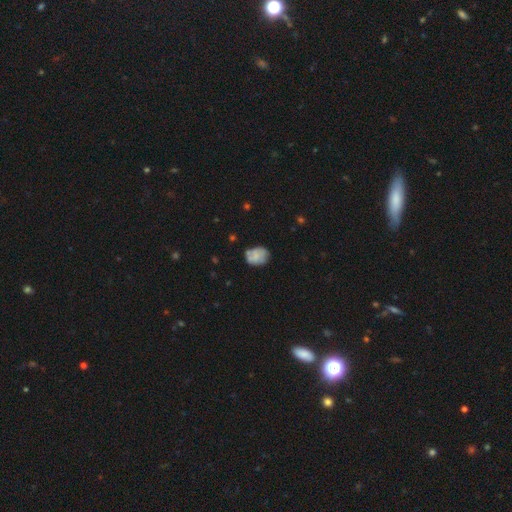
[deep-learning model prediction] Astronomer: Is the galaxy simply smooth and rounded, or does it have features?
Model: smooth — 65%.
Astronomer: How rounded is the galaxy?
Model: in between — 61% (runner-up: round, 38%).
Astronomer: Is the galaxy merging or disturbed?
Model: none — 58%.